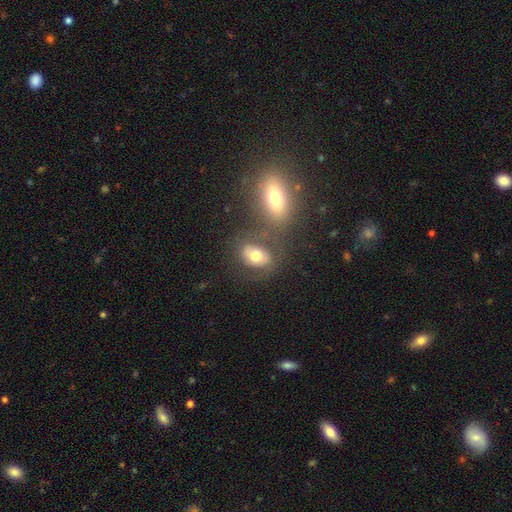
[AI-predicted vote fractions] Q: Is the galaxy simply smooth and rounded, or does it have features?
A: smooth — 68%.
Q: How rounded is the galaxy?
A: in between — 74%.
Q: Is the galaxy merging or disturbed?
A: none — 58%.